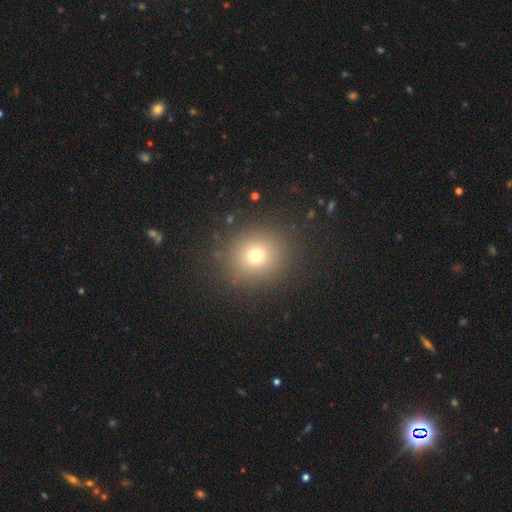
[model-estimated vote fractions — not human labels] Smooth or featured: smooth — 71% (star or artifact — 19%)
How rounded: round — 88% (in between — 11%)
Merging: none — 88% (minor disturbance — 7%)